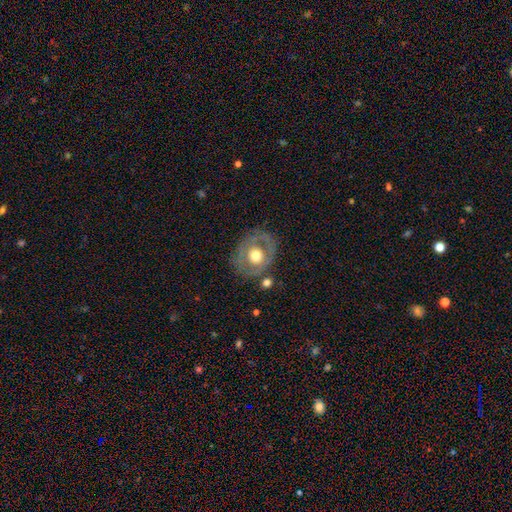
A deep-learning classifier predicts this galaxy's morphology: featured or disk 52%, smooth 41%, star or artifact 7%. Down the decision tree: edge-on disk — no (94%); merging — none (69%).